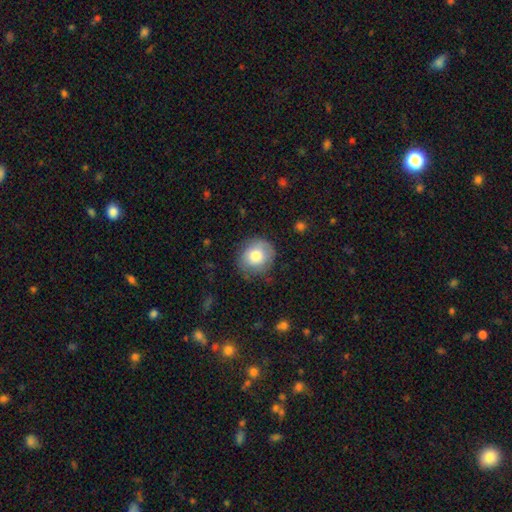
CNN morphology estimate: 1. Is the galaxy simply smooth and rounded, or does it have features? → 77% smooth, 15% featured or disk, 8% star or artifact.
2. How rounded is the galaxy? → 86% round, 13% in between, 1% cigar-shaped.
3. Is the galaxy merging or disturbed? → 76% none, 17% minor disturbance, 5% major disturbance, 1% merger.